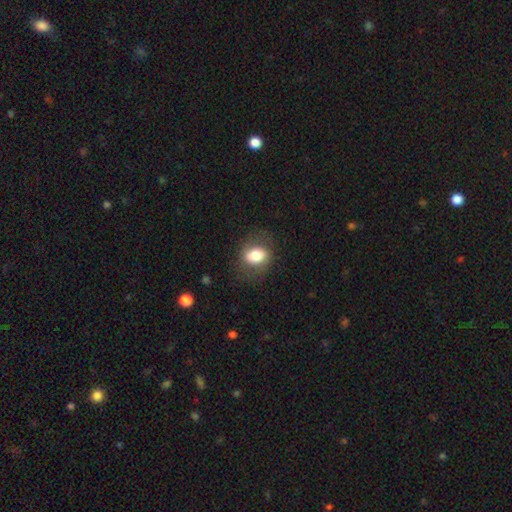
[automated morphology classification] The model was most divided on "how rounded": in between: 59%, round: 40%, cigar-shaped: 1%. More confident: merging — none (74%); smooth or featured — smooth (72%).